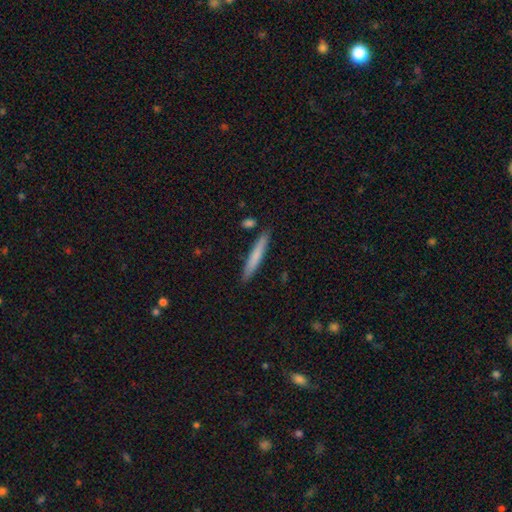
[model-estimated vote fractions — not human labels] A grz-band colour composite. It shows a smooth galaxy with no disk features (72%) that is cigar-shaped (95%). Merging: none (88%).